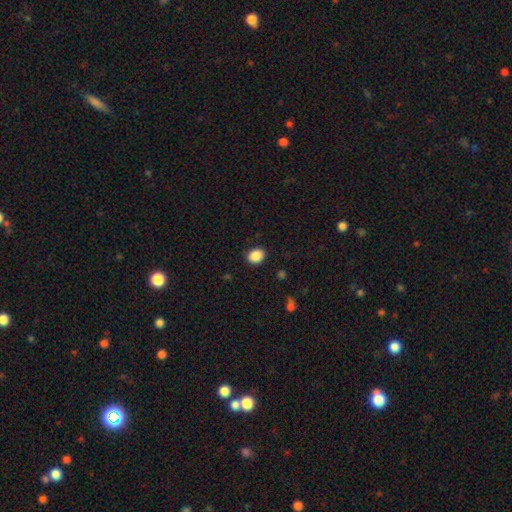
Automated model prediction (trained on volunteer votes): Smooth or featured? Predicted: smooth (p=0.89). How rounded? Predicted: round (p=0.51). Merging? Predicted: none (p=0.89).